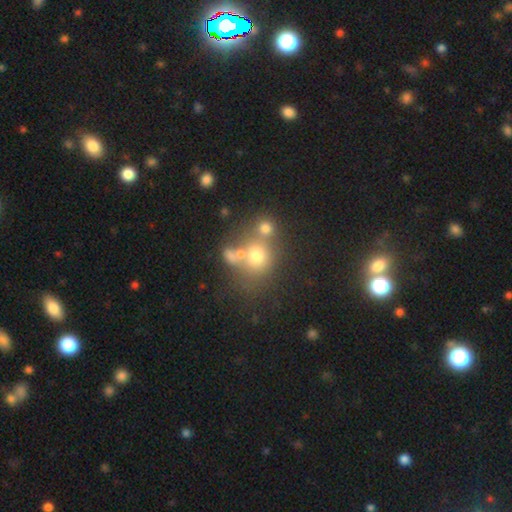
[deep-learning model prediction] This is likely a smooth galaxy (65%). How rounded: likely round (75%). Merging: marginally none (43%).